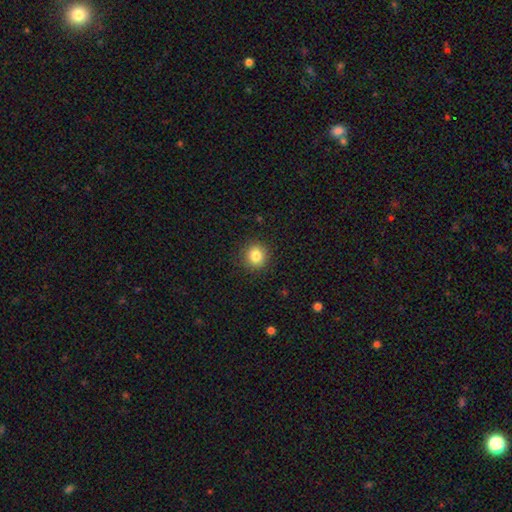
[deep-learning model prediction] smooth_or_featured: smooth (p=0.84) [alt: star or artifact p=0.11]
how_rounded: round (p=0.89) [alt: in between p=0.11]
merging: none (p=0.90) [alt: minor disturbance p=0.07]